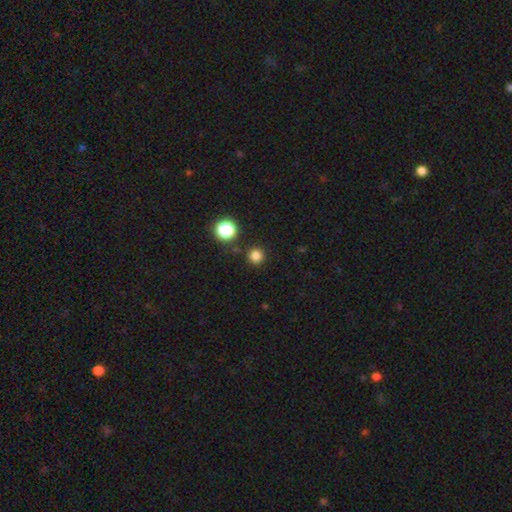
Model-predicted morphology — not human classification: This appears to be a smooth galaxy with no disk features (81%) that is round (95%). Merging: none (89%).